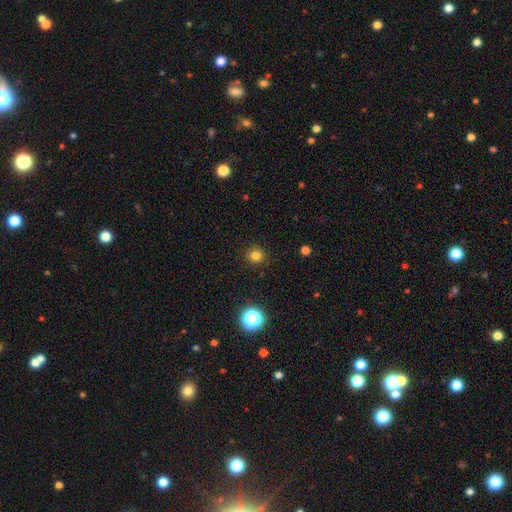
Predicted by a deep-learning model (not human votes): A smooth galaxy with no disk features (81%) that is round (88%).

Vote fractions:
- Smooth or featured? smooth: 81% / star or artifact: 15% / featured or disk: 4%
- How rounded? round: 88% / in between: 12% / cigar-shaped: 1%
- Merging? none: 90% / minor disturbance: 6% / major disturbance: 2% / merger: 1%